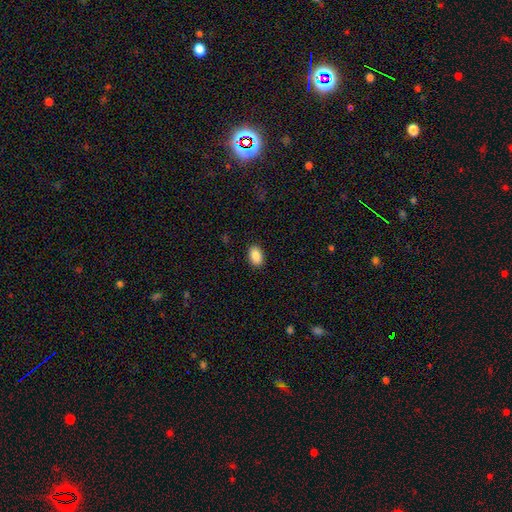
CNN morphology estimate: Smooth or featured? smooth (89%)
How rounded? in between (90%)
Merging? none (90%)